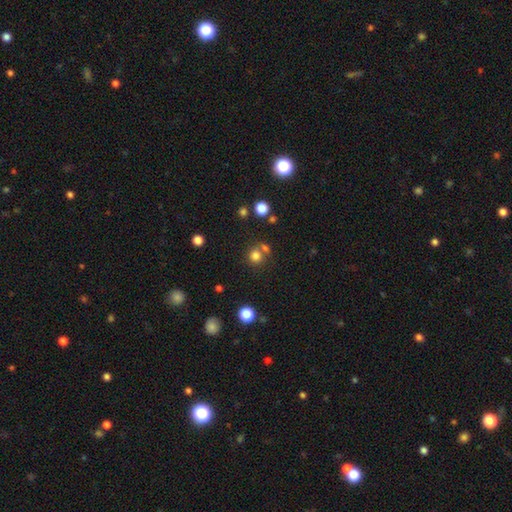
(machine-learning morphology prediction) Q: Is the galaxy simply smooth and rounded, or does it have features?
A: smooth — 77%.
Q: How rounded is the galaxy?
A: round — 88%.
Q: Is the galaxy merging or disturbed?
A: none — 61%.